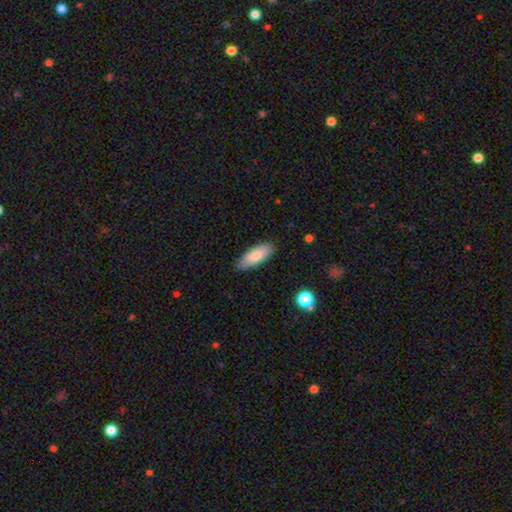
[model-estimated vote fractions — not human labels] Q: Smooth or featured?
A: smooth (82%); runner-up: featured or disk (13%)
Q: How rounded?
A: in between (73%); runner-up: cigar-shaped (25%)
Q: Merging?
A: none (86%); runner-up: minor disturbance (11%)